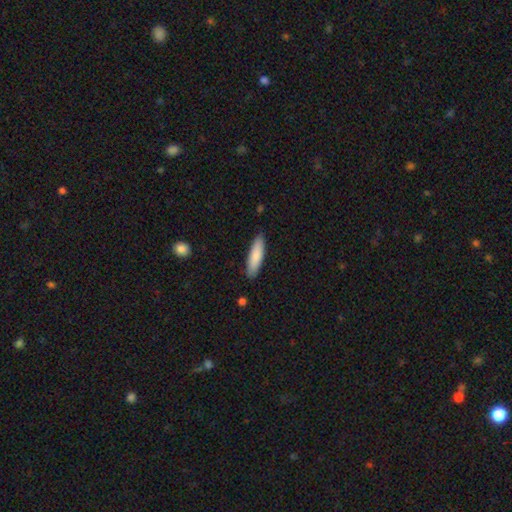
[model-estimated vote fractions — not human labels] The model was most divided on "how rounded": cigar-shaped: 64%, in between: 34%, round: 1%. More confident: merging — none (88%); smooth or featured — smooth (84%).